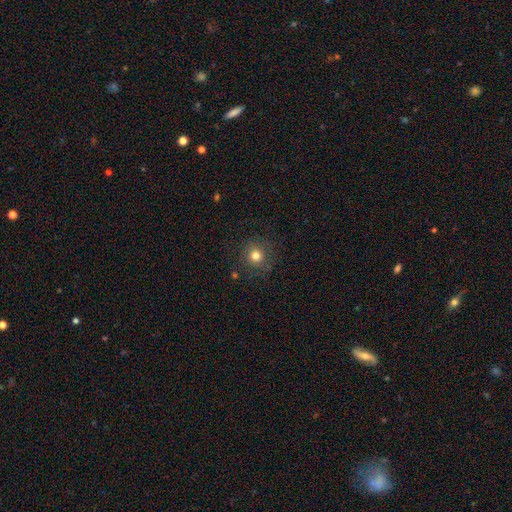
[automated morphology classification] A smooth galaxy with no disk features (78%) that is round (91%).

Vote fractions:
- Smooth or featured? smooth: 78% / star or artifact: 14% / featured or disk: 8%
- How rounded? round: 91% / in between: 8% / cigar-shaped: 1%
- Merging? none: 85% / minor disturbance: 9% / major disturbance: 4% / merger: 2%